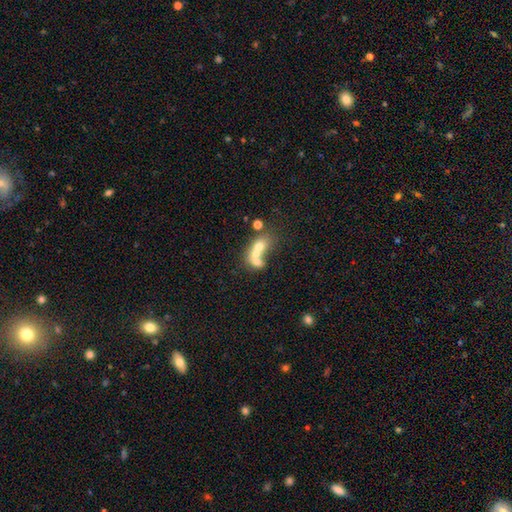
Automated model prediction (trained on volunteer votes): Q: Smooth or featured?
A: smooth (57%); runner-up: featured or disk (31%)
Q: How rounded?
A: in between (55%); runner-up: round (42%)
Q: Merging?
A: merger (70%); runner-up: none (19%)